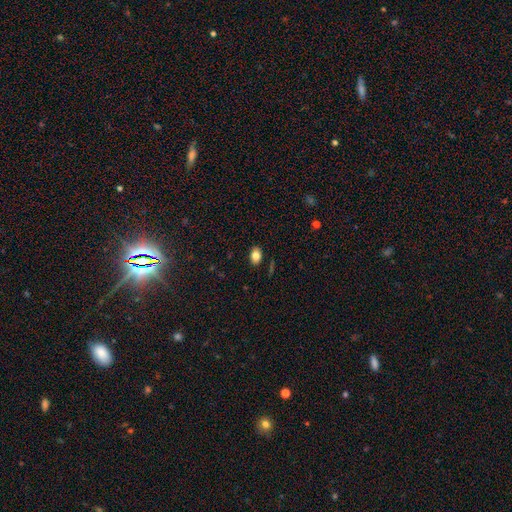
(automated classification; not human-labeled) smooth_or_featured: smooth (p=0.82) [alt: featured or disk p=0.09]
how_rounded: in between (p=0.84) [alt: round p=0.14]
merging: none (p=0.87) [alt: minor disturbance p=0.09]